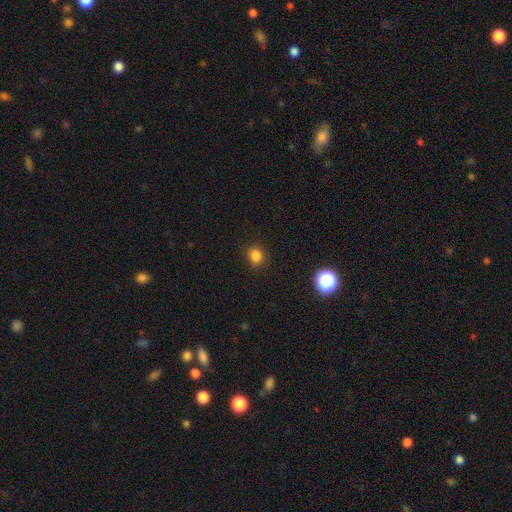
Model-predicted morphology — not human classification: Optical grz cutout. It shows a smooth galaxy with no disk features (82%) that is round (67%). Merging: none (87%).